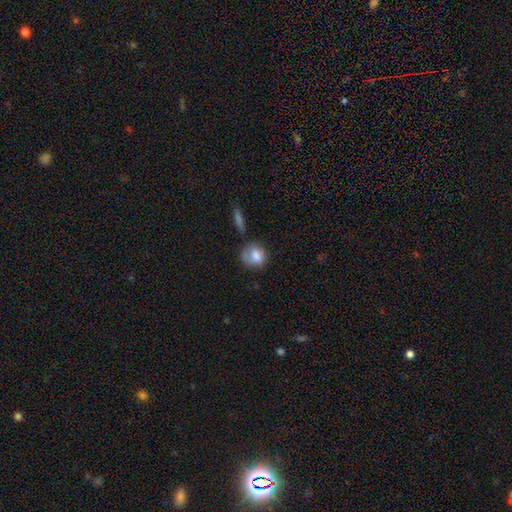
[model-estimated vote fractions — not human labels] Smooth or featured?
  - smooth: 79% *
  - featured or disk: 13%
  - star or artifact: 8%
How rounded?
  - round: 59% *
  - in between: 39%
  - cigar-shaped: 2%
Merging?
  - none: 46% *
  - minor disturbance: 29%
  - major disturbance: 14%
  - merger: 11%